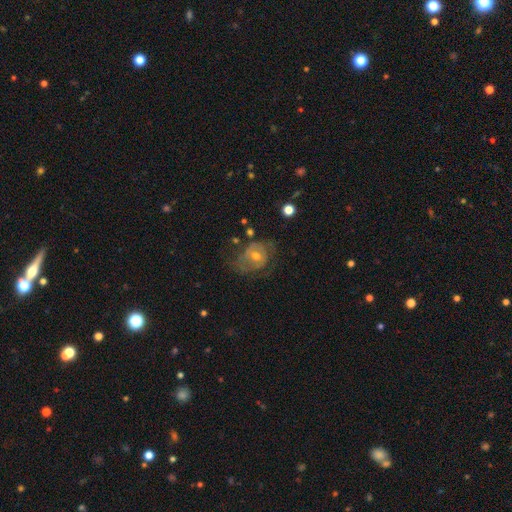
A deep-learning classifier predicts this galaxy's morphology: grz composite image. It shows a featured or disk galaxy (65%) with no bar (59%), spiral arms (68%) and a moderate central bulge (61%). Merging: none (52%).